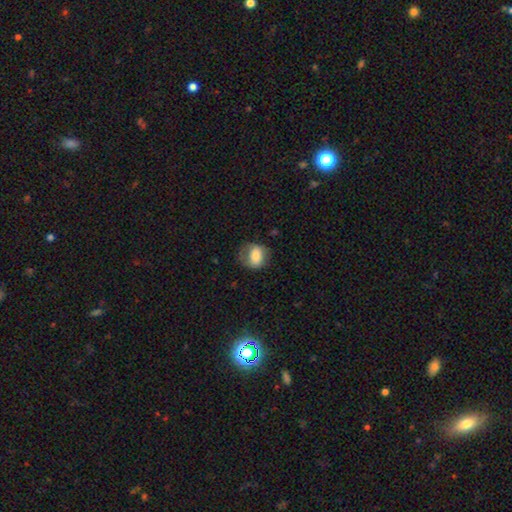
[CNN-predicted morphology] Overall: smooth (65%; featured or disk 27%). How rounded: round (51%; in between 48%). Merging: none (62%; minor disturbance 23%).